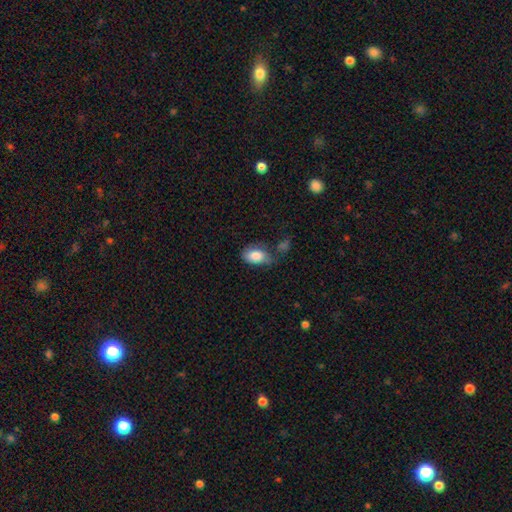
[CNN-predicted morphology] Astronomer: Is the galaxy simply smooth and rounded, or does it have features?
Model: smooth — 84%.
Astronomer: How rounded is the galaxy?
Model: in between — 89%.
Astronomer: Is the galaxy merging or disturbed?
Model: none — 43% (runner-up: minor disturbance, 31%).